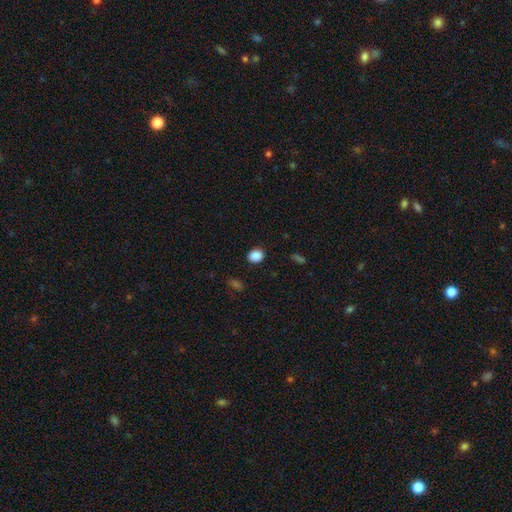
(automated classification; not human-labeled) Morphology: type=smooth (87%); roundness=round (56%); merging=none (88%).